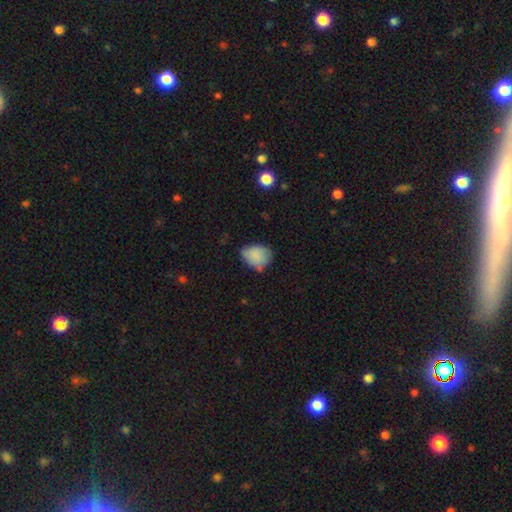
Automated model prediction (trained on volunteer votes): A smooth galaxy with no disk features (81%) that is in between round and cigar-shaped (58%). Merging: none (52%).